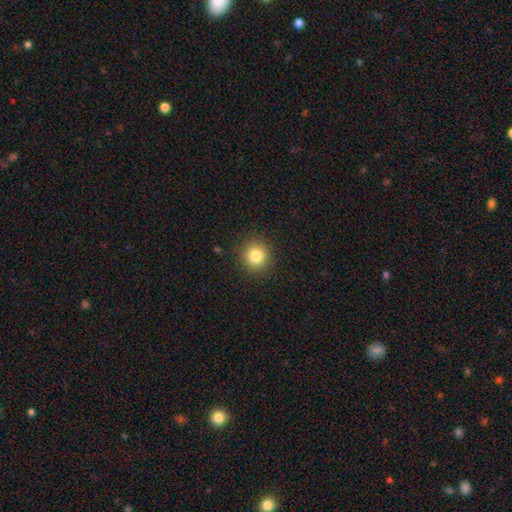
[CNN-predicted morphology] This is clearly a smooth galaxy (83%). How rounded: clearly round (91%). Merging: clearly none (90%).